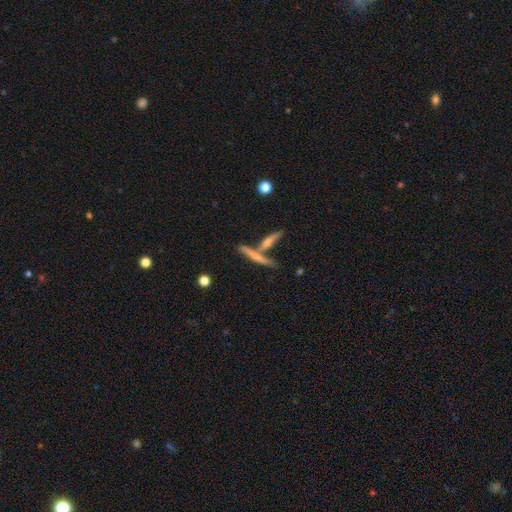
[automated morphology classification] type=smooth (48%); merging=none (57%).